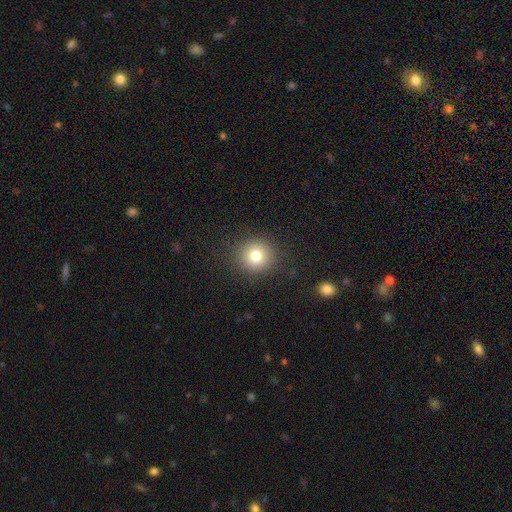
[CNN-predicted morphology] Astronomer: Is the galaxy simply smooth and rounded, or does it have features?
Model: smooth — 80%.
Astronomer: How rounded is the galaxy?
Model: round — 91%.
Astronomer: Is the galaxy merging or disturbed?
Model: none — 89%.